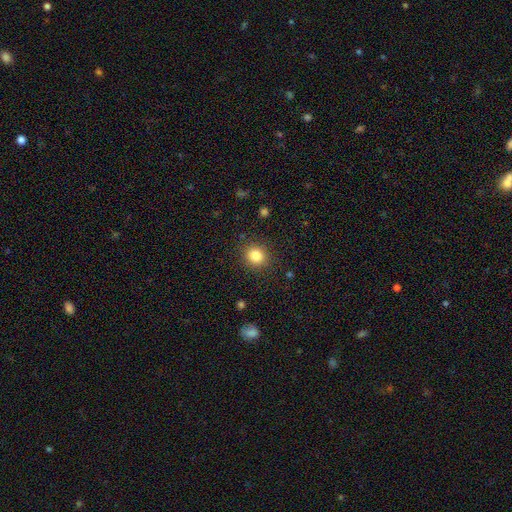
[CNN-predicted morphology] Smooth or featured: smooth — 84% (star or artifact — 11%)
How rounded: round — 81% (in between — 18%)
Merging: none — 88% (minor disturbance — 8%)